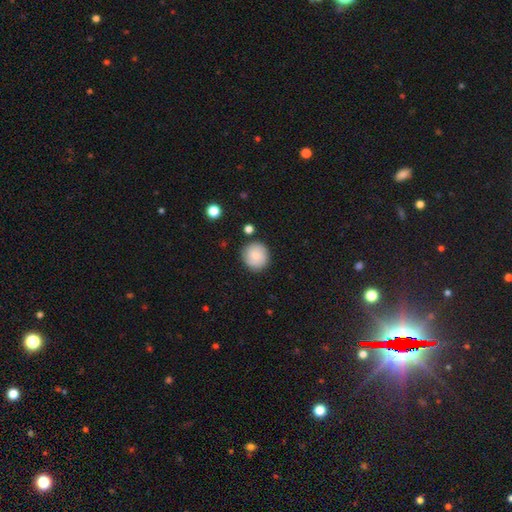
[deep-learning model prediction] The model was most divided on "smooth or featured": smooth: 79%, featured or disk: 14%, star or artifact: 7%. More confident: how rounded — round (93%); merging — none (86%).